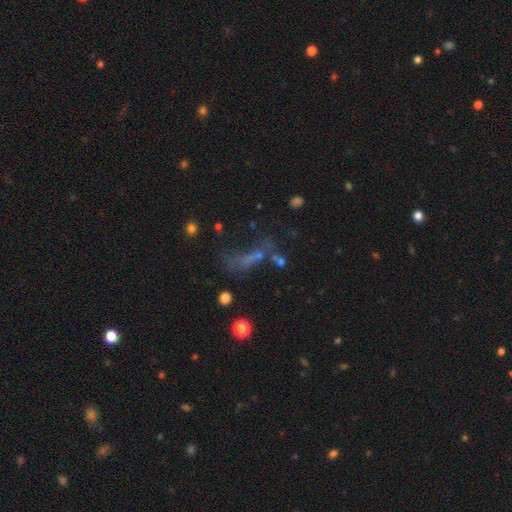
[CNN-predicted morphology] The model was most divided on "merging": none: 36%, major disturbance: 34%, minor disturbance: 16%, merger: 15%. Remaining: smooth or featured — smooth (37%).